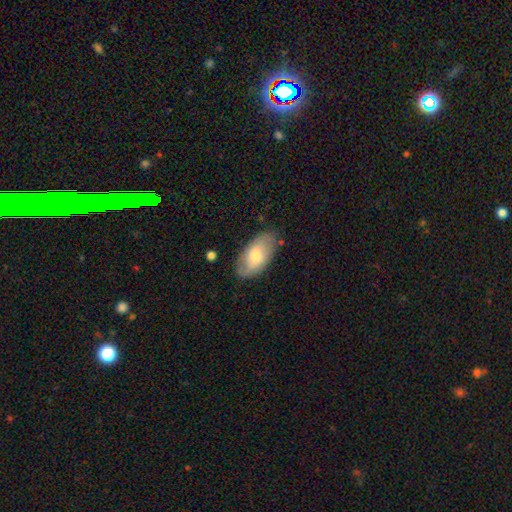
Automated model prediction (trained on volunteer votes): This is possibly a smooth galaxy (58%). How rounded: clearly in between (93%). Merging: likely none (77%).